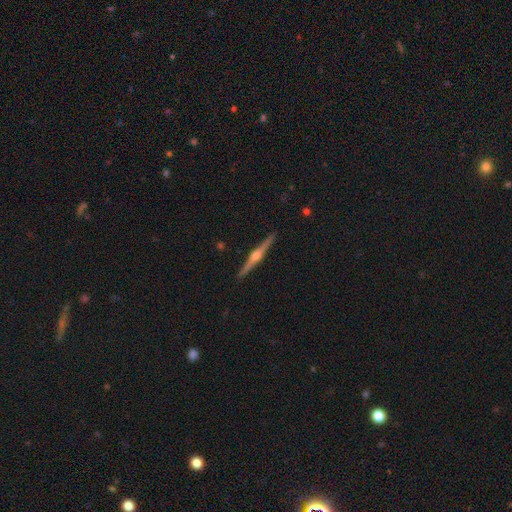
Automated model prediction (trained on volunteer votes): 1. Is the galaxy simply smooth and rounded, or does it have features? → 85% featured or disk, 11% smooth, 5% star or artifact.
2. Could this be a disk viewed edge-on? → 99% yes, 1% no.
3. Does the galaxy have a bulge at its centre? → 94% rounded, 3% boxy, 2% none.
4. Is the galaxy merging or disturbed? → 93% none, 5% minor disturbance, 1% major disturbance, 1% merger.